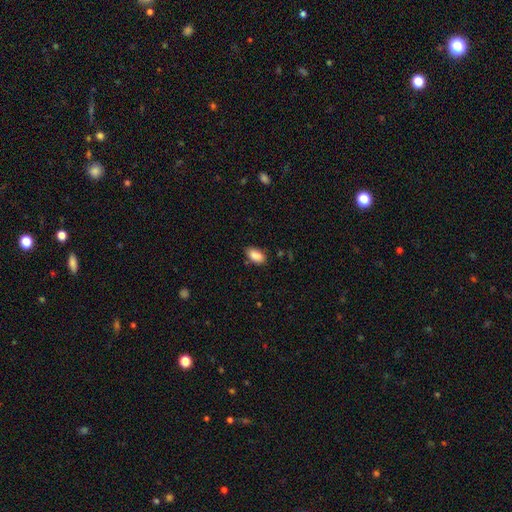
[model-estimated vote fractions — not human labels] Smooth or featured: smooth — 89% (star or artifact — 7%)
How rounded: in between — 93% (round — 4%)
Merging: none — 79% (minor disturbance — 17%)